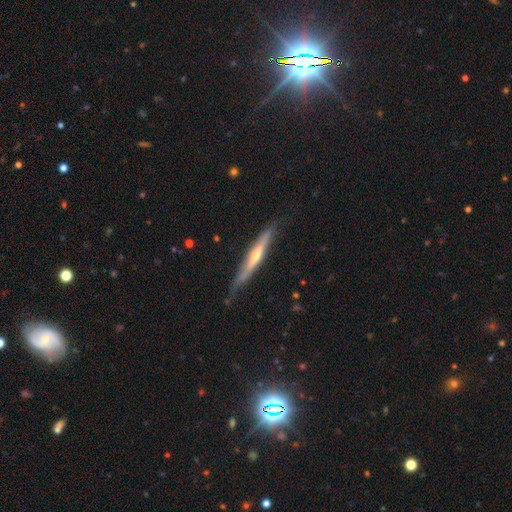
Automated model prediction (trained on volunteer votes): Smooth or featured? Predicted: featured or disk (p=0.67). Edge-on disk? Predicted: yes (p=0.94). Edge-on bulge? Predicted: rounded (p=0.72). Merging? Predicted: none (p=0.77).